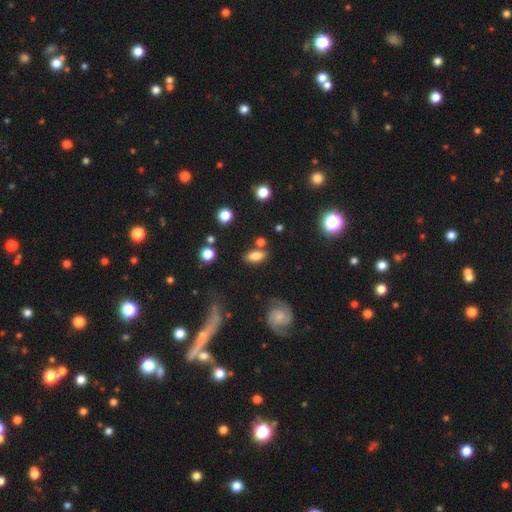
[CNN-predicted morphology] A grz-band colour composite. It shows a smooth galaxy with no disk features (75%) that is in between round and cigar-shaped (83%). Merging: none (73%).